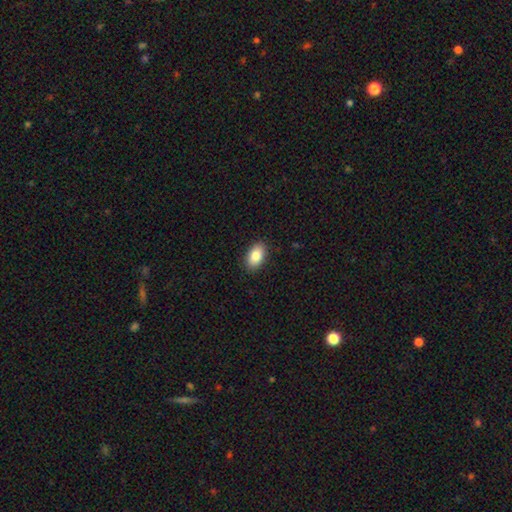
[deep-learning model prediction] Smooth or featured?
  - smooth: 85% *
  - featured or disk: 8%
  - star or artifact: 7%
How rounded?
  - in between: 92% *
  - round: 6%
  - cigar-shaped: 2%
Merging?
  - none: 89% *
  - minor disturbance: 8%
  - major disturbance: 2%
  - merger: 1%